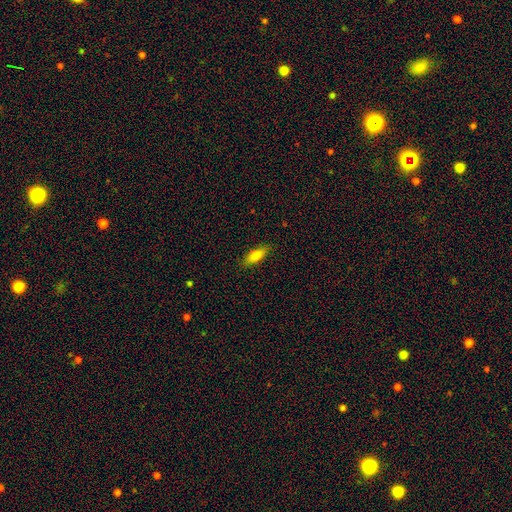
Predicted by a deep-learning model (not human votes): Smooth or featured?
  - smooth: 79% *
  - featured or disk: 14%
  - star or artifact: 7%
How rounded?
  - in between: 64% *
  - cigar-shaped: 34%
  - round: 2%
Merging?
  - none: 87% *
  - minor disturbance: 10%
  - major disturbance: 2%
  - merger: 1%